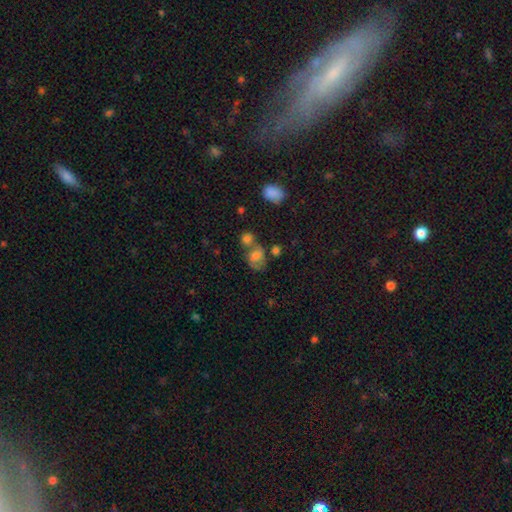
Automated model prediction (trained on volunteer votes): This is possibly a smooth galaxy (51%). How rounded: possibly in between (57%). Merging: marginally none (41%).